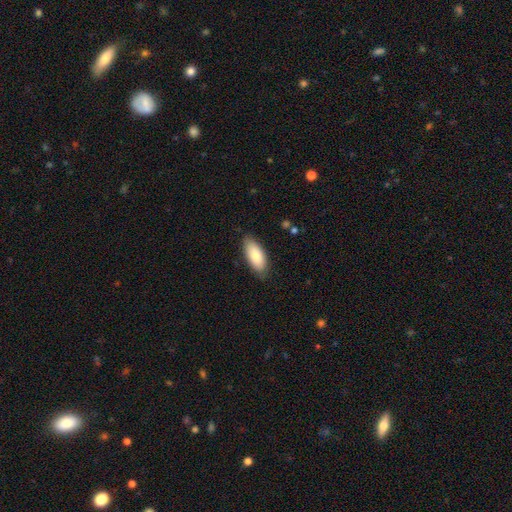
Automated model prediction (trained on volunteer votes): This is clearly a smooth galaxy (81%). How rounded: clearly in between (87%). Merging: clearly none (82%).